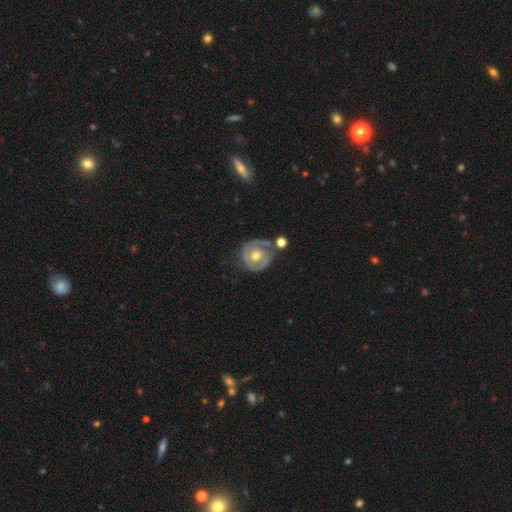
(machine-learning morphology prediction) The model was most divided on "spiral winding": tight: 62%, medium: 29%, loose: 9%. More confident: edge-on disk — no (98%); spiral arms — yes (85%); smooth or featured — featured or disk (76%); bulge size — moderate (76%); bar — no (71%); spiral arm count — 2 (61%); merging — none (58%).